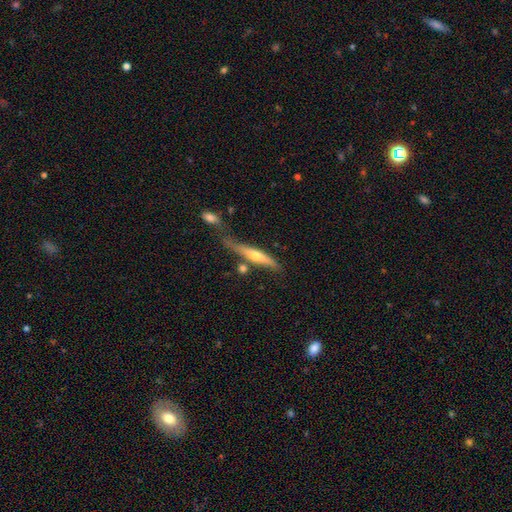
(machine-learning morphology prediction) A featured or disk galaxy (58%) viewed edge-on (91%) with a rounded central bulge (85%).

Vote fractions:
- Smooth or featured? featured or disk: 58% / smooth: 35% / star or artifact: 6%
- Edge-on disk? yes: 91% / no: 9%
- Edge-on bulge? rounded: 85% / none: 11% / boxy: 4%
- Merging? none: 56% / minor disturbance: 20% / merger: 17% / major disturbance: 7%